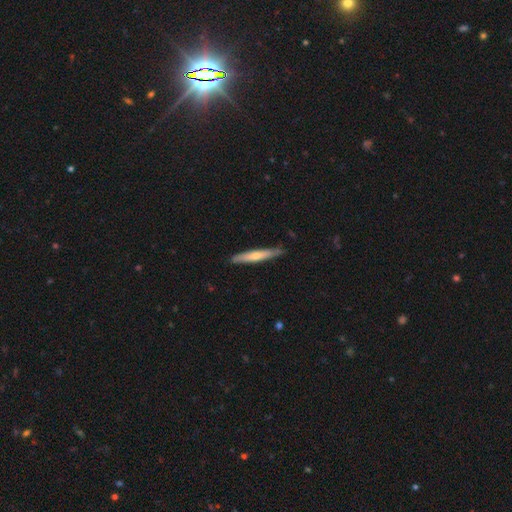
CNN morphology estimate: This appears to be a smooth galaxy with no disk features (56%) that is cigar-shaped (93%). Merging: none (84%).